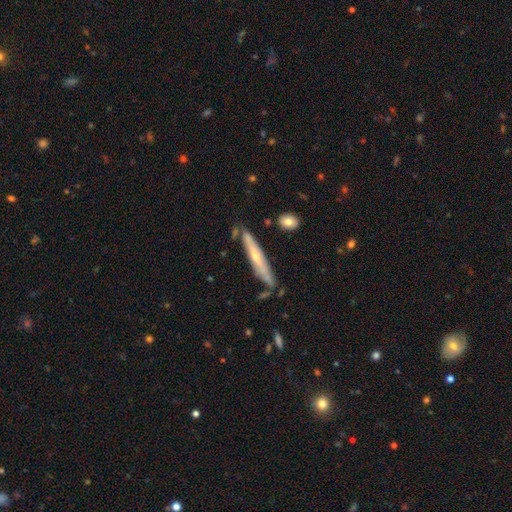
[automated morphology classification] type=featured or disk (59%); edge-on=yes (82%); merging=none (75%).